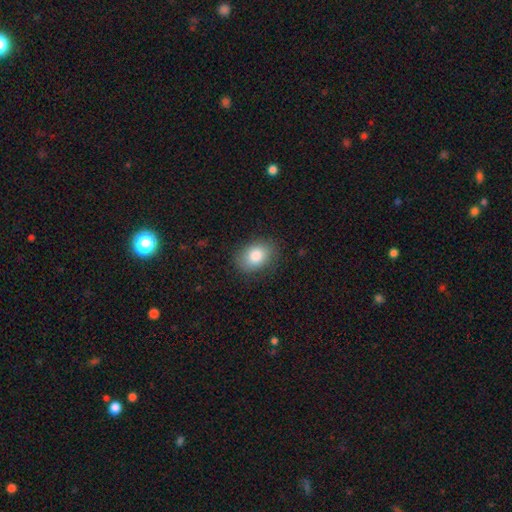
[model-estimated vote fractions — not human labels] Smooth or featured? Predicted: smooth (p=0.84). How rounded? Predicted: in between (p=0.72). Merging? Predicted: none (p=0.83).